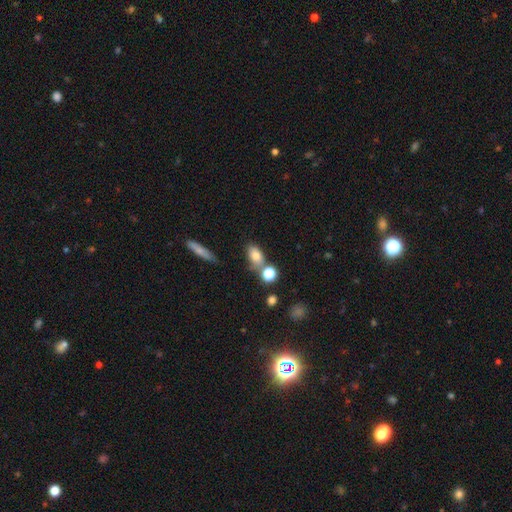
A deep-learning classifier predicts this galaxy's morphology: type=smooth (76%); roundness=in between (77%); merging=none (57%).